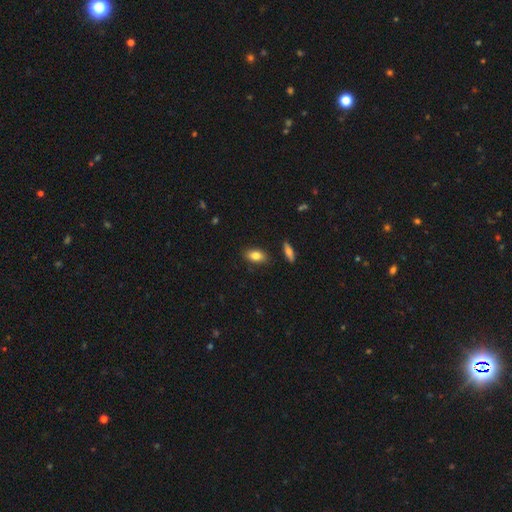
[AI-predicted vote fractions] This is clearly a smooth galaxy (83%). How rounded: clearly in between (88%). Merging: clearly none (86%).